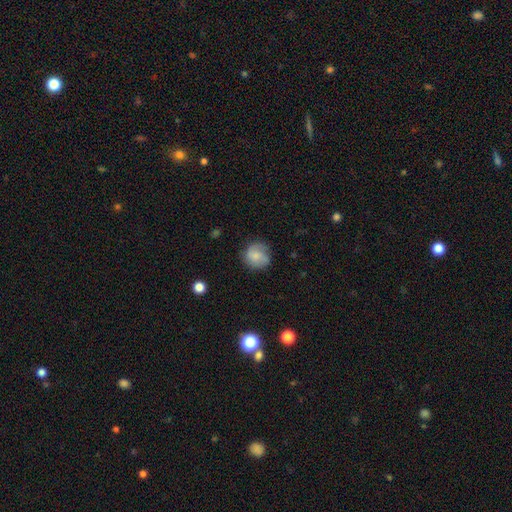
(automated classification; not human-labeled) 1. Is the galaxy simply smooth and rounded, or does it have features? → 68% smooth, 24% featured or disk, 8% star or artifact.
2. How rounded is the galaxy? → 86% round, 13% in between, 1% cigar-shaped.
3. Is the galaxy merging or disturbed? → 68% none, 22% minor disturbance, 8% major disturbance, 2% merger.